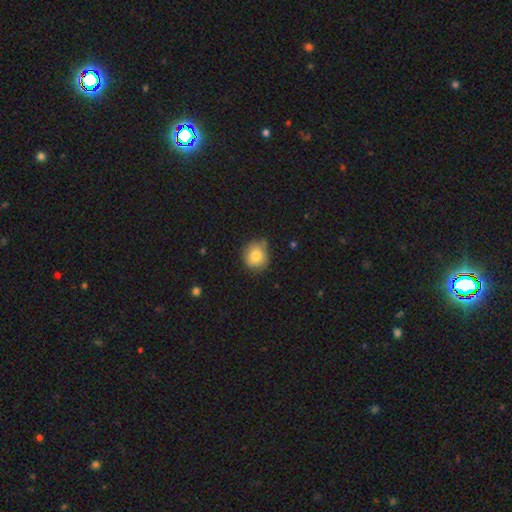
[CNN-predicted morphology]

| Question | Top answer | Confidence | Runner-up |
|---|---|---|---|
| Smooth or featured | smooth | 80% | featured or disk (11%) |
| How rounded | round | 85% | in between (14%) |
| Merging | none | 69% | minor disturbance (24%) |